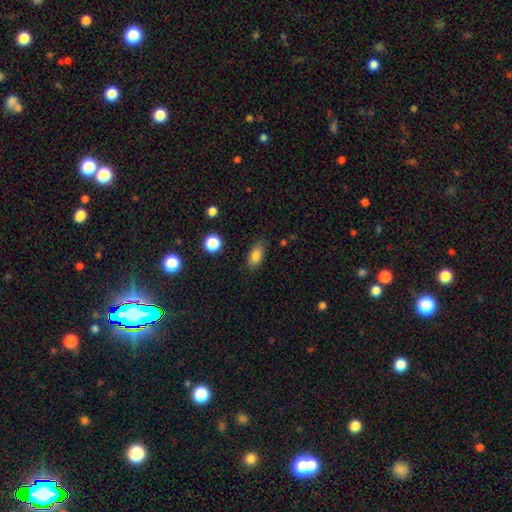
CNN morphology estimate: Q: Smooth or featured?
A: smooth (82%); runner-up: star or artifact (9%)
Q: How rounded?
A: in between (86%); runner-up: round (7%)
Q: Merging?
A: none (84%); runner-up: minor disturbance (12%)